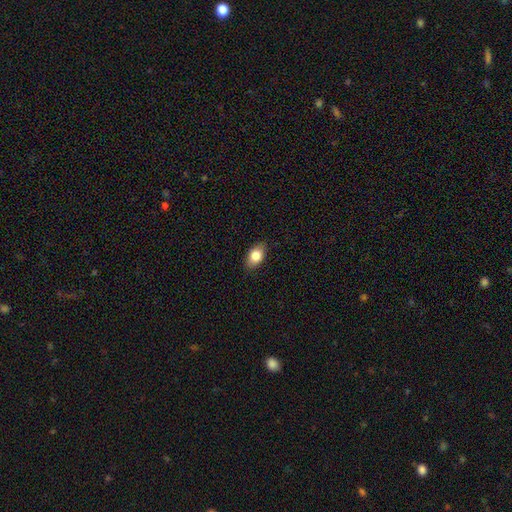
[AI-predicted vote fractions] Smooth or featured? smooth (82%)
How rounded? in between (87%)
Merging? none (86%)